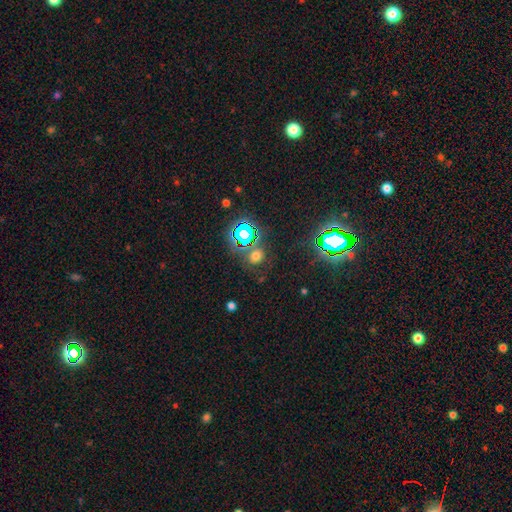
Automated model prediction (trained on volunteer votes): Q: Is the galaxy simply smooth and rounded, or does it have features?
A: smooth — 51%.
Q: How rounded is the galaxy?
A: round — 75%.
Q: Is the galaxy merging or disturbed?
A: none — 74%.